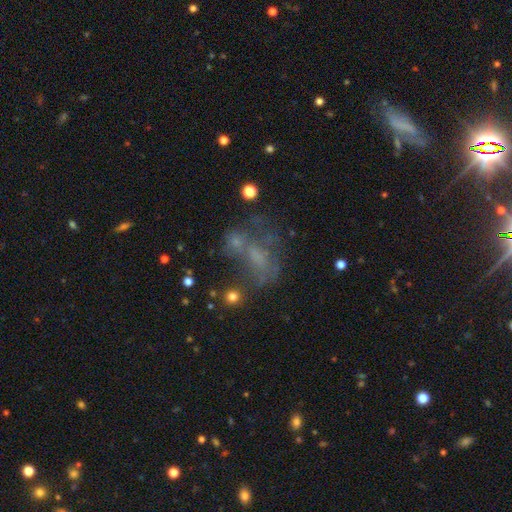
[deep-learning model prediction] Smooth or featured: featured or disk — 38% (smooth — 32%)
Merging: none — 30% (tied with major disturbance — 30%)